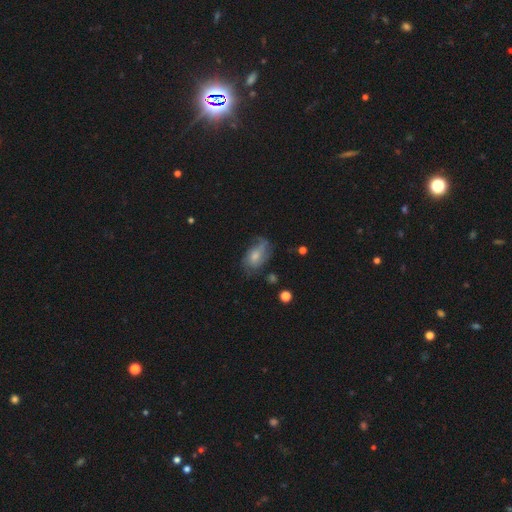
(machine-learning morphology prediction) Smooth or featured?
  - smooth: 48% *
  - featured or disk: 43%
  - star or artifact: 9%
Merging?
  - none: 48% *
  - minor disturbance: 30%
  - major disturbance: 19%
  - merger: 3%